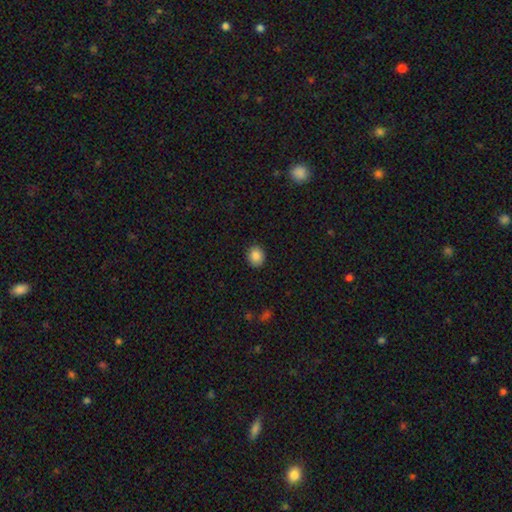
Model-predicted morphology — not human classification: Smooth or featured? Predicted: smooth (p=0.87). How rounded? Predicted: round (p=0.67). Merging? Predicted: none (p=0.88).